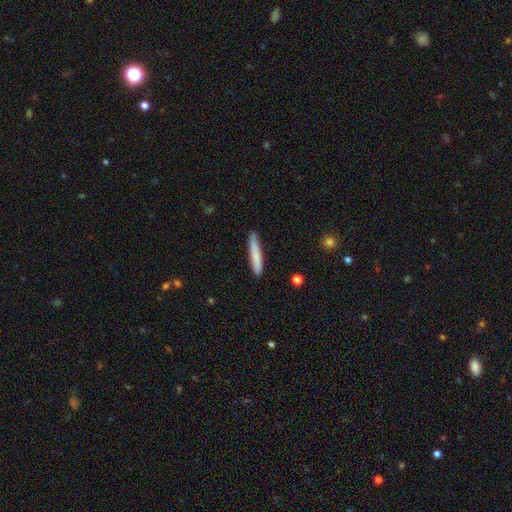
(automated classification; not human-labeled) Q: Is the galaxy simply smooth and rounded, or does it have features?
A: smooth — 78%.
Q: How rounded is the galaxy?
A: cigar-shaped — 94%.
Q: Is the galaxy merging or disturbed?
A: none — 86%.